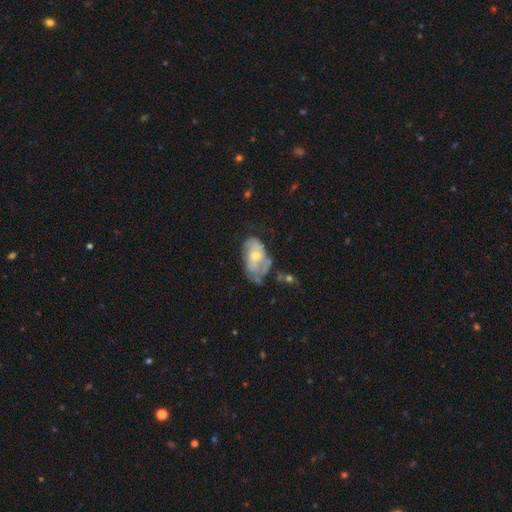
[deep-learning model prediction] Smooth or featured: featured or disk — 57% (smooth — 37%)
Edge-on disk: no — 95% (yes — 5%)
Bar: no — 74% (weak — 22%)
Spiral arms: yes — 54% (no — 46%)
Bulge size: moderate — 52% (small — 41%)
Merging: none — 34% (minor disturbance — 33%)